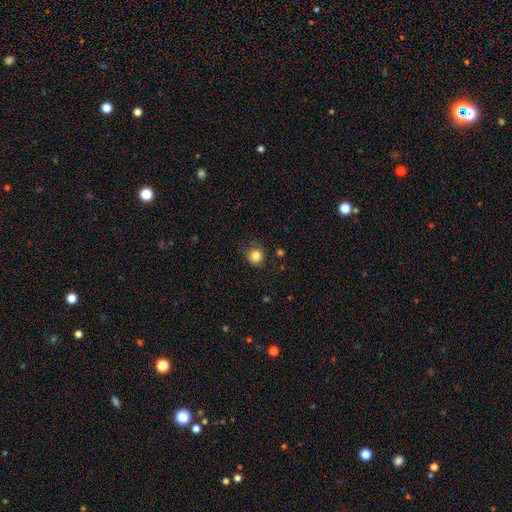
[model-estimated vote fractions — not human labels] Smooth or featured: smooth — 84% (star or artifact — 11%)
How rounded: round — 84% (in between — 15%)
Merging: none — 71% (minor disturbance — 21%)